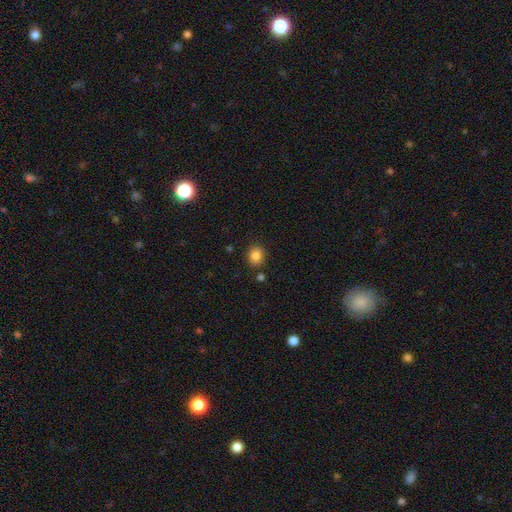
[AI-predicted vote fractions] smooth-or-featured: smooth: 85% | star or artifact: 11% | featured or disk: 5%
  how-rounded: round: 66% | in between: 34% | cigar-shaped: 1%
  merging: none: 84% | minor disturbance: 9% | merger: 4% | major disturbance: 3%